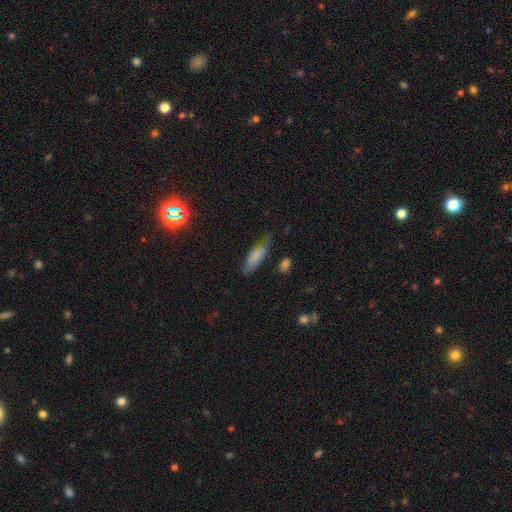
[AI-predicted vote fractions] smooth-or-featured: smooth: 68% | featured or disk: 22% | star or artifact: 9%
  how-rounded: cigar-shaped: 53% | in between: 44% | round: 3%
  merging: none: 54% | minor disturbance: 31% | major disturbance: 11% | merger: 4%